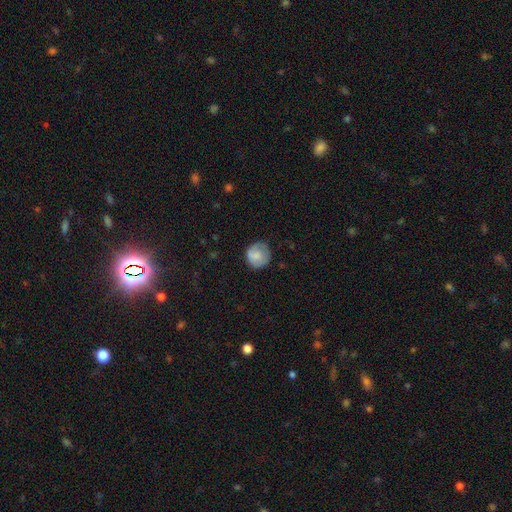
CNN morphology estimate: type=smooth (75%); roundness=round (88%); merging=none (71%).